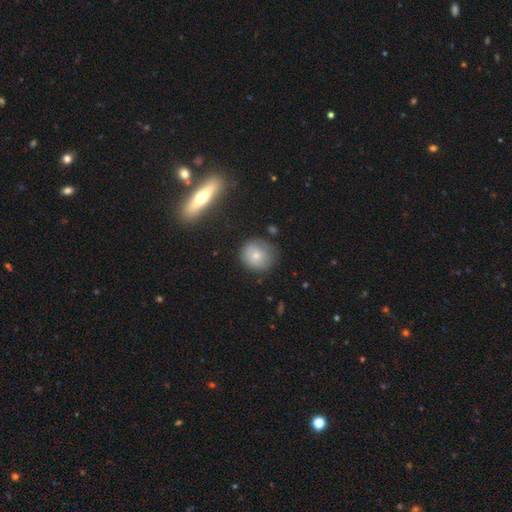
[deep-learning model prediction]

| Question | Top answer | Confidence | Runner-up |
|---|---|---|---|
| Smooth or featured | smooth | 76% | featured or disk (14%) |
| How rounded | round | 87% | in between (12%) |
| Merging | none | 77% | minor disturbance (16%) |